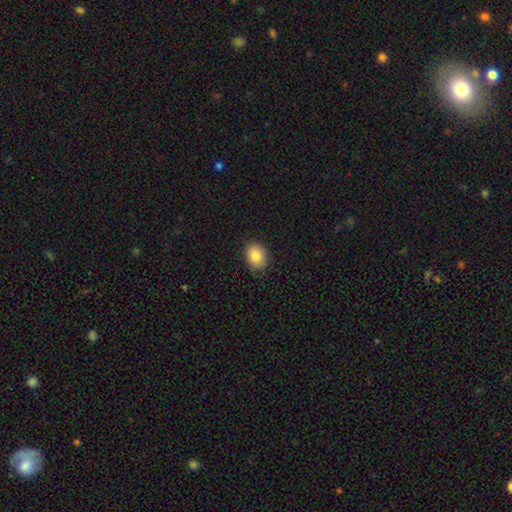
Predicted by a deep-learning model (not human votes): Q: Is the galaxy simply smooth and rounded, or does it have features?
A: smooth — 86%.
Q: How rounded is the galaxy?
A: in between — 61%.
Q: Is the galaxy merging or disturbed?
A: none — 87%.